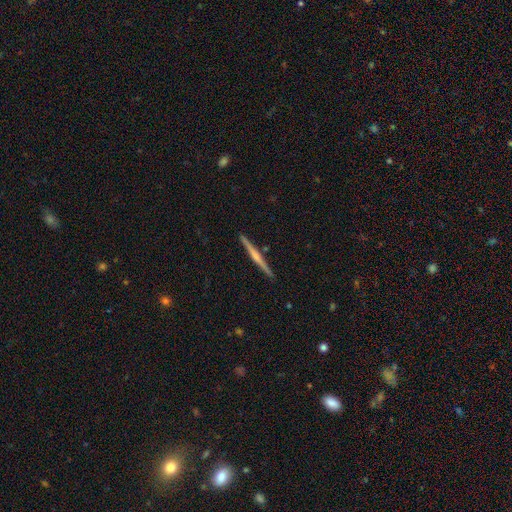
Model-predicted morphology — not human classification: smooth-or-featured: featured or disk: 65% | smooth: 30% | star or artifact: 5%
  disk-edge-on: yes: 98% | no: 2%
    edge-on-bulge: rounded: 51% | none: 38% | boxy: 12%
  merging: none: 91% | minor disturbance: 6% | merger: 1% | major disturbance: 1%